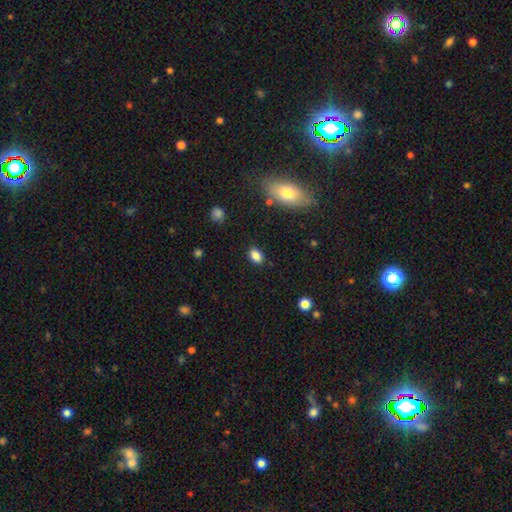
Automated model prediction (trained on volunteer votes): Morphology: type=smooth (85%); roundness=in between (79%); merging=none (84%).